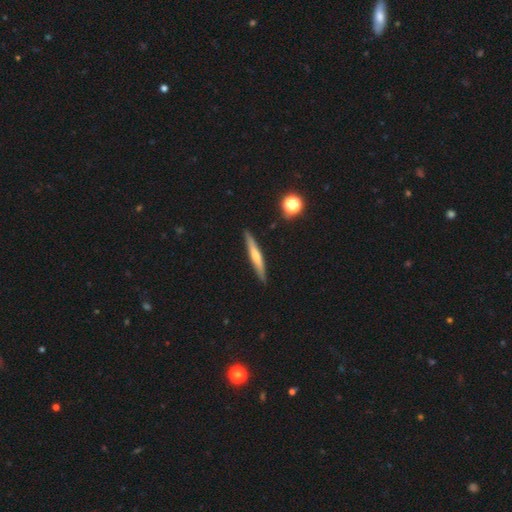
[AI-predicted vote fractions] Q: Smooth or featured?
A: featured or disk (52%); runner-up: smooth (42%)
Q: Edge-on disk?
A: yes (95%); runner-up: no (5%)
Q: Merging?
A: none (89%); runner-up: minor disturbance (8%)